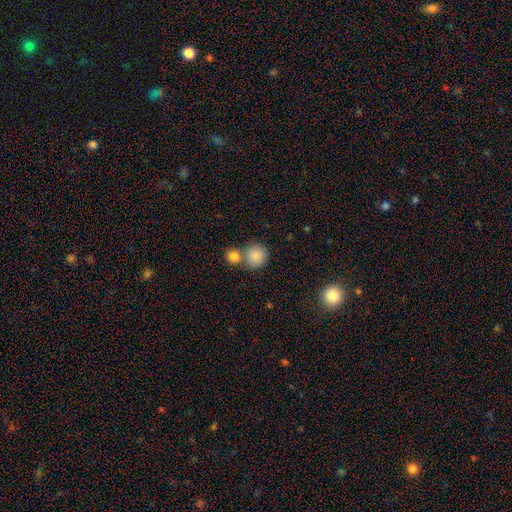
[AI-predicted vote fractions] Smooth or featured?
  - smooth: 85% *
  - star or artifact: 8%
  - featured or disk: 6%
How rounded?
  - round: 88% *
  - in between: 11%
  - cigar-shaped: 1%
Merging?
  - none: 50% *
  - merger: 38%
  - minor disturbance: 9%
  - major disturbance: 3%